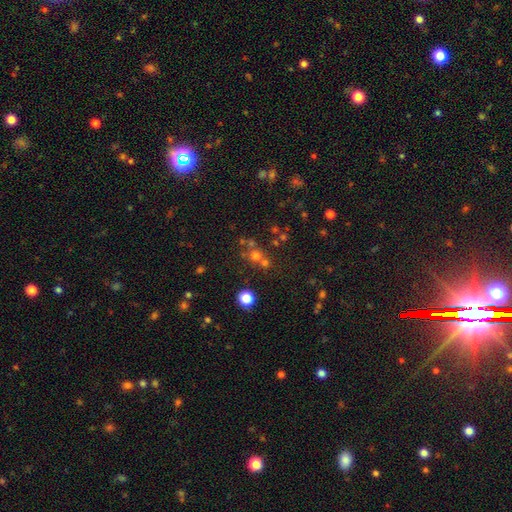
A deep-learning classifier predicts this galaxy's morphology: type=smooth (58%); roundness=round (87%); merging=none (53%).